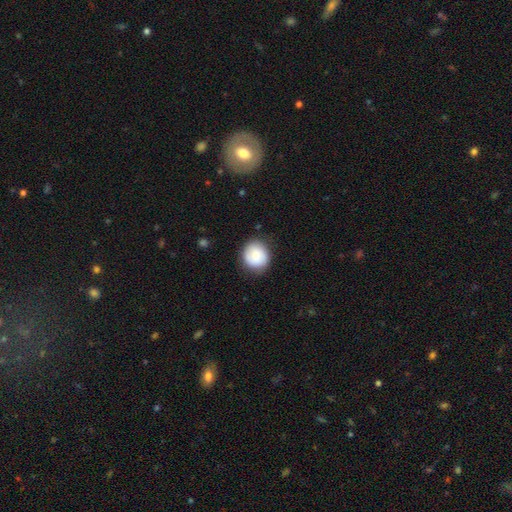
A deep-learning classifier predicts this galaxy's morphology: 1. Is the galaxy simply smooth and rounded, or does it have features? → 74% smooth, 19% featured or disk, 7% star or artifact.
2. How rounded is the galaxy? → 84% round, 15% in between, 1% cigar-shaped.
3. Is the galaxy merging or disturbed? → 82% none, 14% minor disturbance, 3% major disturbance, 1% merger.